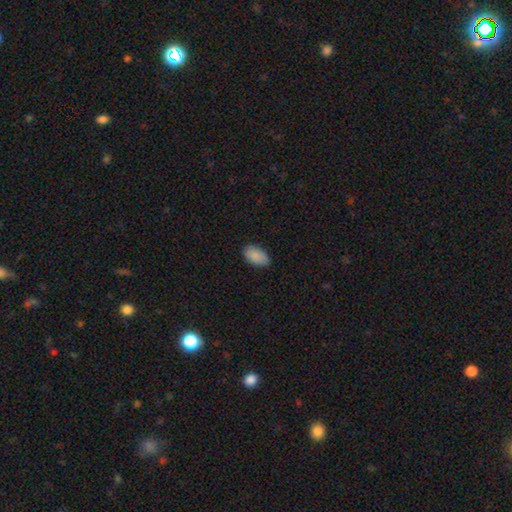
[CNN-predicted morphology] Smooth or featured: smooth — 89% (star or artifact — 7%)
How rounded: in between — 94% (round — 4%)
Merging: none — 84% (minor disturbance — 13%)